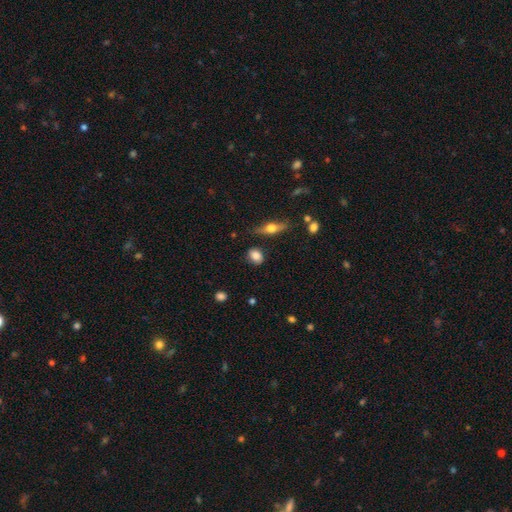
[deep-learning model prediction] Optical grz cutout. It shows a smooth galaxy with no disk features (81%) that is in between round and cigar-shaped (54%). Merging: none (79%).